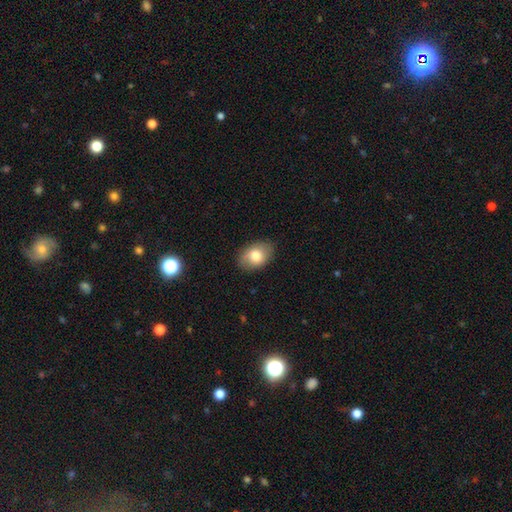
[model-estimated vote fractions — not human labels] This is likely a smooth galaxy (78%). How rounded: clearly in between (81%). Merging: clearly none (84%).